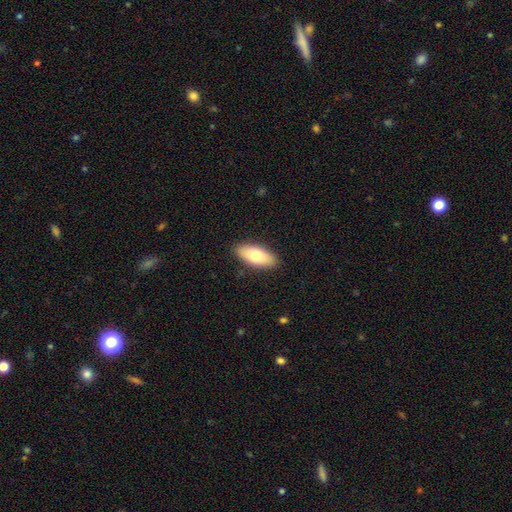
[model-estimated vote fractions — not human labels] Q: Smooth or featured?
A: smooth (73%); runner-up: featured or disk (21%)
Q: How rounded?
A: in between (83%); runner-up: cigar-shaped (14%)
Q: Merging?
A: none (89%); runner-up: minor disturbance (8%)